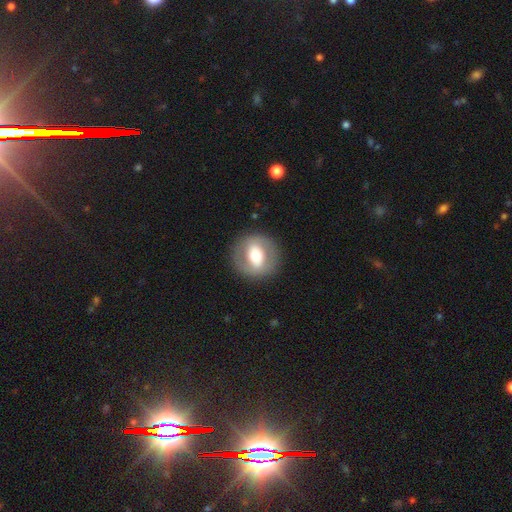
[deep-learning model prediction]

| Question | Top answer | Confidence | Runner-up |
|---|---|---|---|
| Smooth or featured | featured or disk | 49% | smooth (45%) |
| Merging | none | 86% | minor disturbance (8%) |